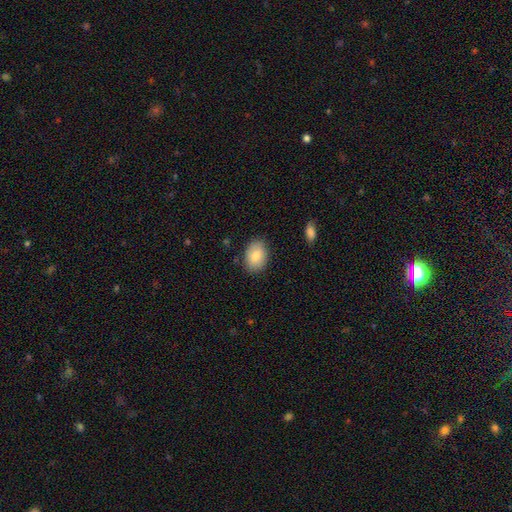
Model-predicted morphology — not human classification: Q: Smooth or featured?
A: smooth (82%); runner-up: featured or disk (11%)
Q: How rounded?
A: in between (81%); runner-up: round (18%)
Q: Merging?
A: none (85%); runner-up: minor disturbance (12%)